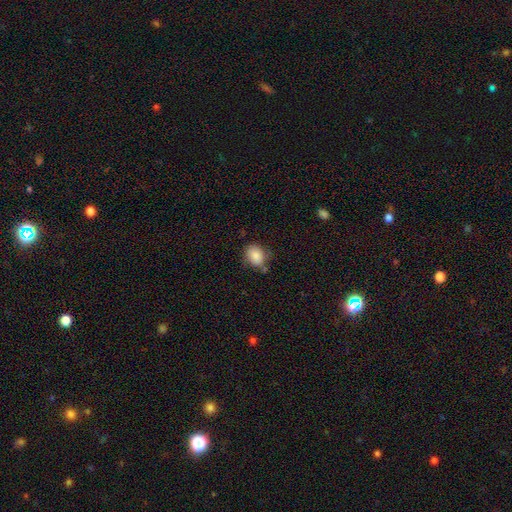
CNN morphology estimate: type=smooth (80%); roundness=round (54%); merging=none (65%).